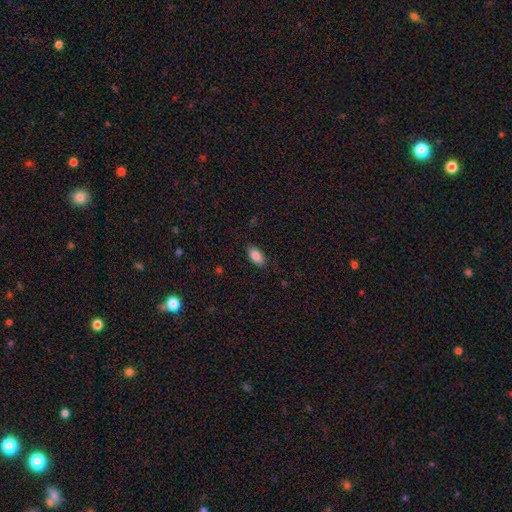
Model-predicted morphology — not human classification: Smooth or featured? smooth (87%)
How rounded? in between (91%)
Merging? none (84%)